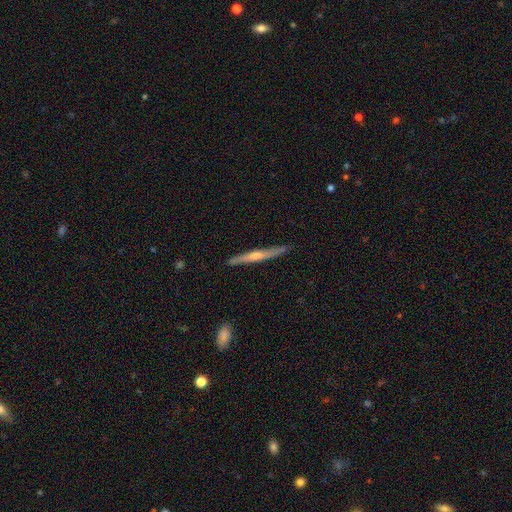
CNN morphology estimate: The model was most divided on "smooth or featured": featured or disk: 74%, smooth: 20%, star or artifact: 6%. More confident: edge-on disk — yes (97%); merging — none (89%); edge-on bulge — rounded (84%).